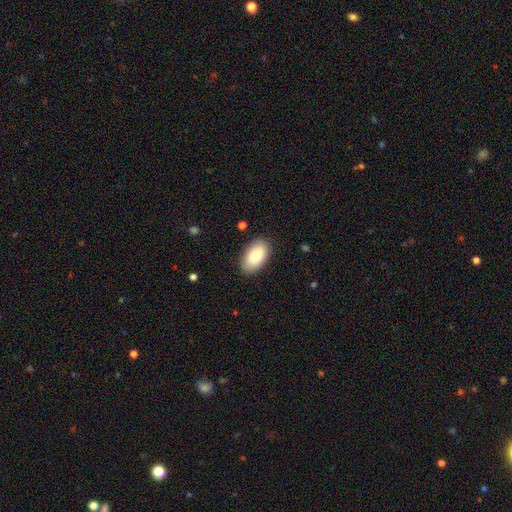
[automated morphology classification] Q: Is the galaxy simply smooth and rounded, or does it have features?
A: smooth — 83%.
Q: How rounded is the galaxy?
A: in between — 95%.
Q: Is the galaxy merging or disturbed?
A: none — 87%.